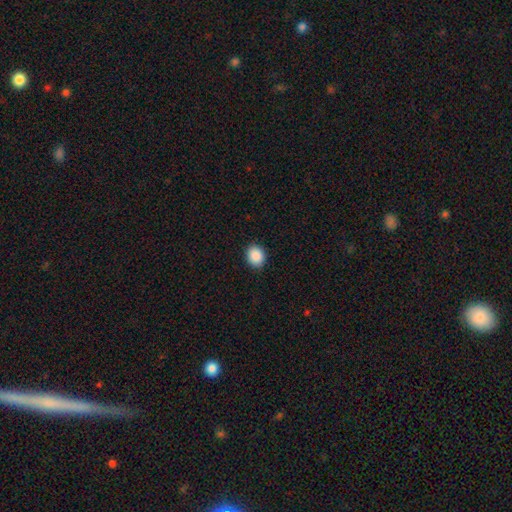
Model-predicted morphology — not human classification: A smooth galaxy with no disk features (89%) that is round (54%). Merging: none (90%).